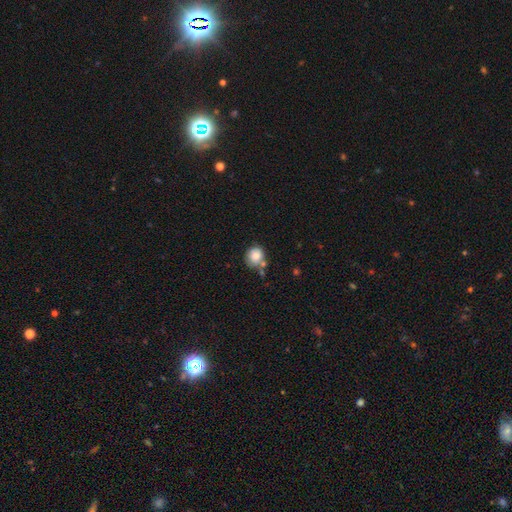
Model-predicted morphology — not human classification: The model was most divided on "merging": none: 60%, minor disturbance: 18%, merger: 17%, major disturbance: 5%. More confident: how rounded — round (83%); smooth or featured — smooth (80%).